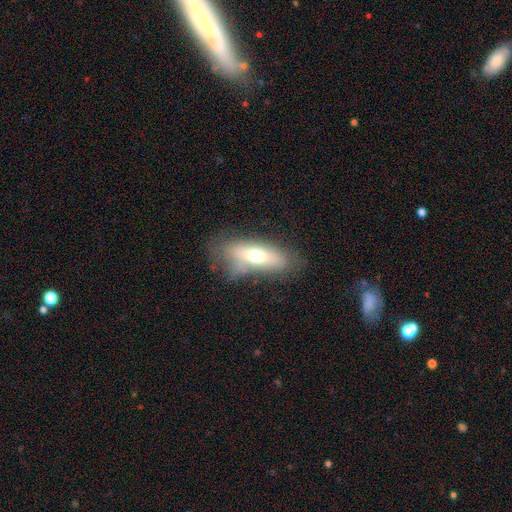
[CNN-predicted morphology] smooth 61%, featured or disk 30%, star or artifact 9%. Down the decision tree: how rounded — in between (69%); merging — none (61%).